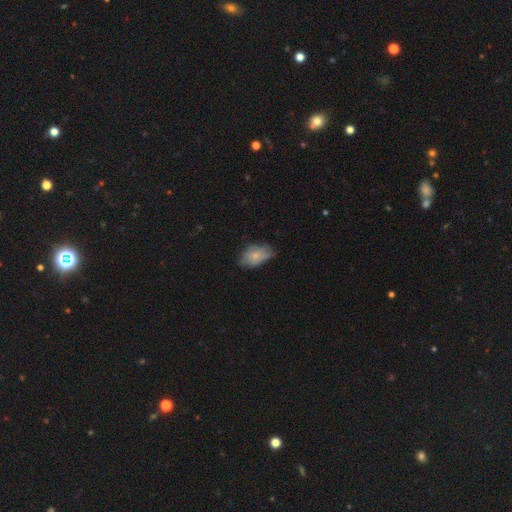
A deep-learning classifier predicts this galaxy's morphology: Q: Smooth or featured?
A: smooth (74%); runner-up: featured or disk (19%)
Q: How rounded?
A: in between (90%); runner-up: round (8%)
Q: Merging?
A: none (60%); runner-up: minor disturbance (32%)